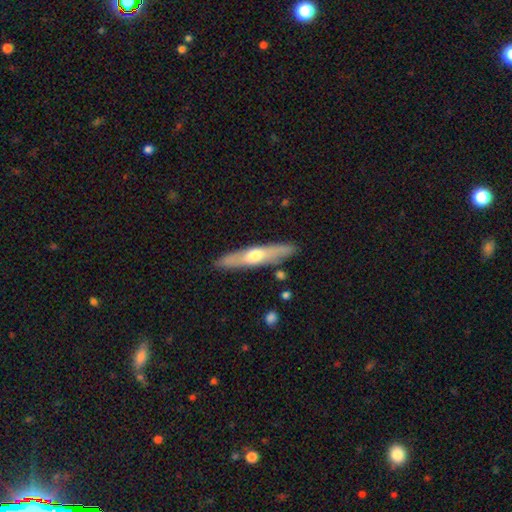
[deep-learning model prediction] Morphology: type=featured or disk (54%); edge-on=yes (84%); merging=none (87%).